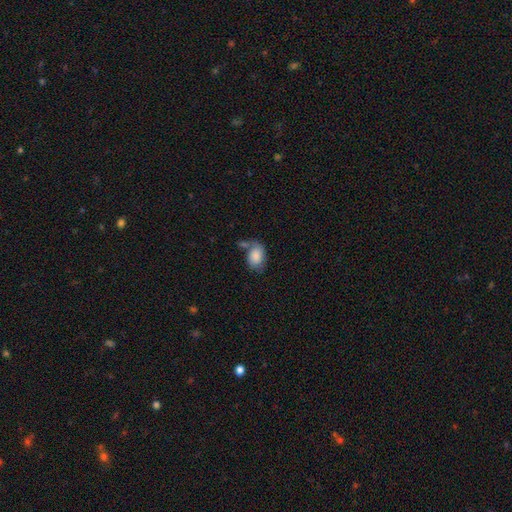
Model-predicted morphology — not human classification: The model was most divided on "merging": none: 47%, minor disturbance: 23%, merger: 21%, major disturbance: 10%. More confident: how rounded — in between (85%); smooth or featured — smooth (84%).